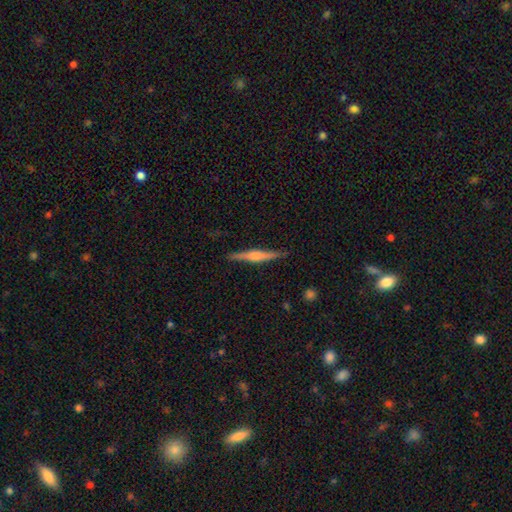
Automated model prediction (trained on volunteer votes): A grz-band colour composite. It shows a featured or disk galaxy (68%) viewed edge-on (98%) with a rounded central bulge (66%). Merging: none (89%).